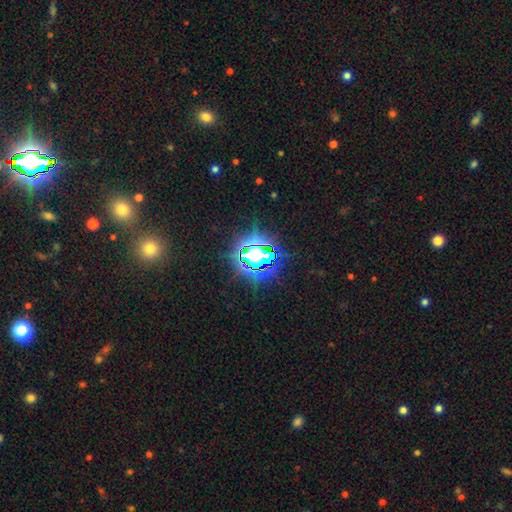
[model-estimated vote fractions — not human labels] Morphology: type=star or artifact (72%).